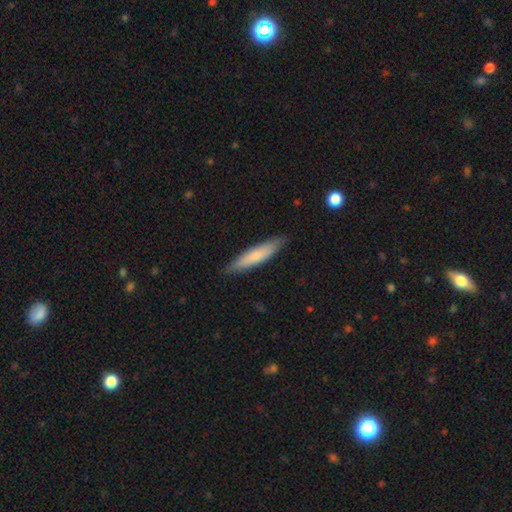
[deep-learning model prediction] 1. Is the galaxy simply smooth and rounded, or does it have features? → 72% smooth, 23% featured or disk, 5% star or artifact.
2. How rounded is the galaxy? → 85% cigar-shaped, 14% in between, 1% round.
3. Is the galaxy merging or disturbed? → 87% none, 10% minor disturbance, 2% major disturbance, 1% merger.